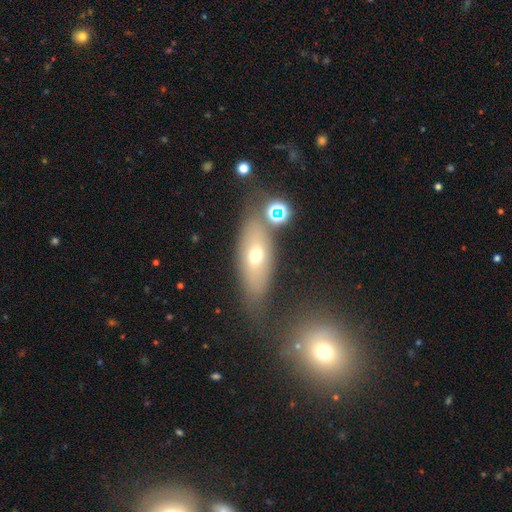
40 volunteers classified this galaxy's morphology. Q: Smooth or featured?
A: smooth (68%); runner-up: featured or disk (22%)
Q: How rounded?
A: in between (67%); runner-up: cigar-shaped (30%)
Q: Merging?
A: none (58%); runner-up: minor disturbance (22%)